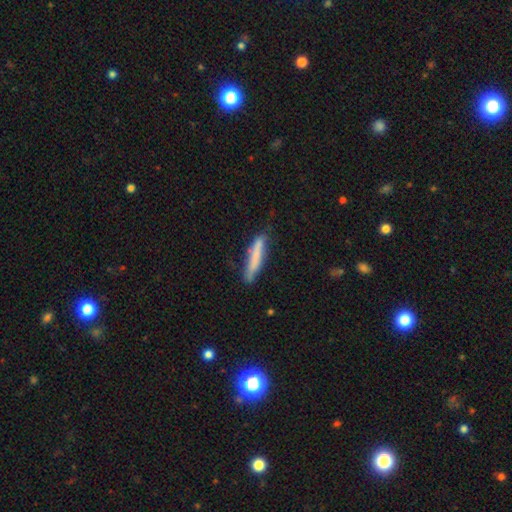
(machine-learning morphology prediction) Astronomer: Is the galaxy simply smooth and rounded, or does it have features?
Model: smooth — 73%.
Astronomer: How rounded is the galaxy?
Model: cigar-shaped — 92%.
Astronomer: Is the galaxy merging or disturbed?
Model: none — 73%.